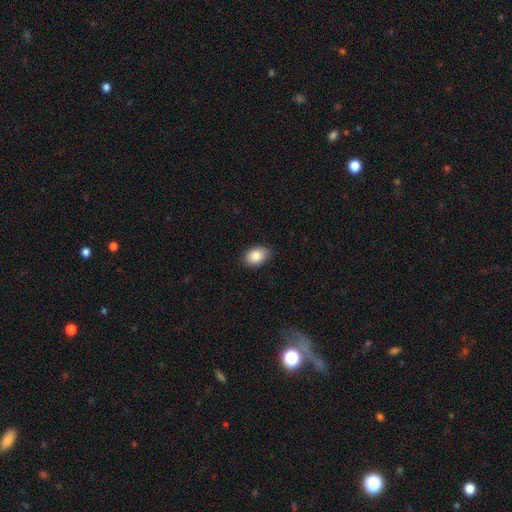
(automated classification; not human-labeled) smooth-or-featured: smooth: 84% | featured or disk: 8% | star or artifact: 8%
  how-rounded: in between: 80% | round: 19% | cigar-shaped: 1%
  merging: none: 84% | minor disturbance: 13% | major disturbance: 2% | merger: 1%